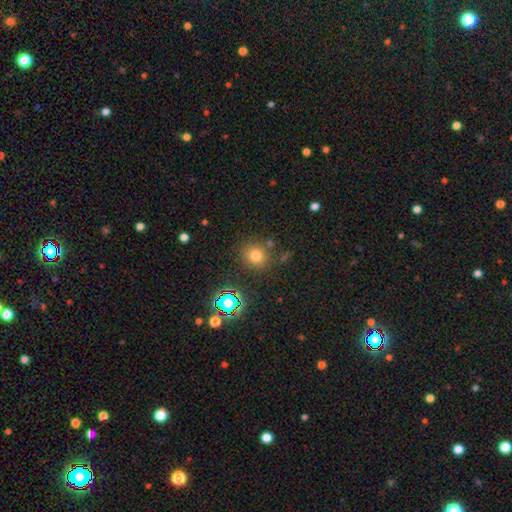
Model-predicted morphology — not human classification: Smooth or featured?
  - smooth: 70% *
  - star or artifact: 21%
  - featured or disk: 9%
How rounded?
  - round: 87% *
  - in between: 12%
  - cigar-shaped: 1%
Merging?
  - none: 79% *
  - minor disturbance: 11%
  - merger: 6%
  - major disturbance: 4%